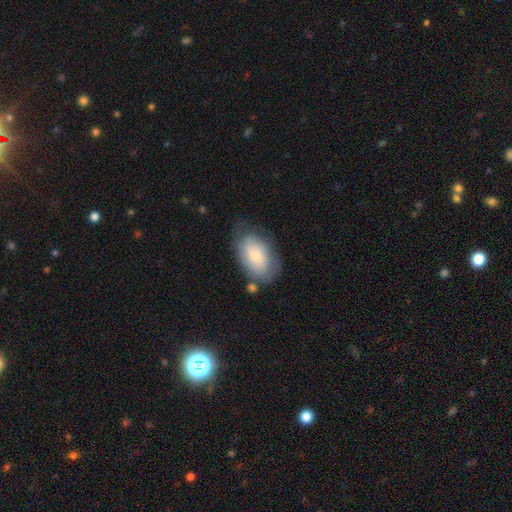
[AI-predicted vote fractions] Q: Smooth or featured?
A: smooth (59%); runner-up: featured or disk (34%)
Q: How rounded?
A: in between (91%); runner-up: round (7%)
Q: Merging?
A: none (61%); runner-up: minor disturbance (24%)